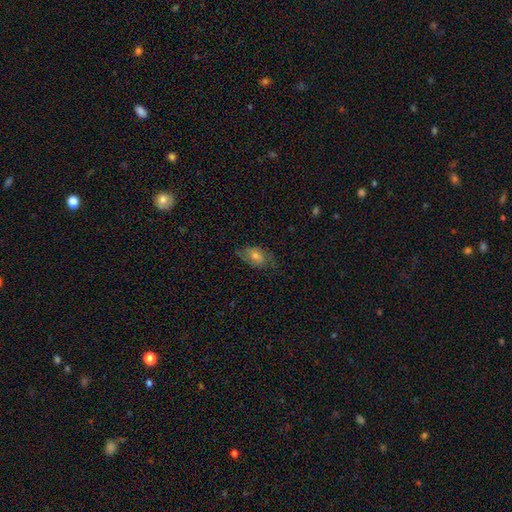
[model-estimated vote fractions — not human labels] A featured or disk galaxy (46%). Merging: none (67%).